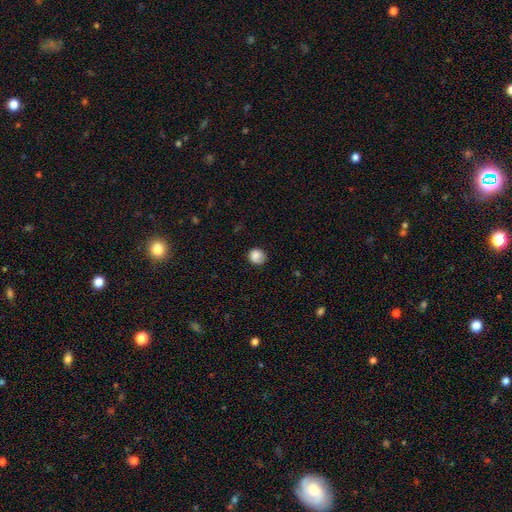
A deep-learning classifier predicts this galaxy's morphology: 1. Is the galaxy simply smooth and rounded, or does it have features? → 85% smooth, 9% star or artifact, 6% featured or disk.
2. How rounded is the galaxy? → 82% round, 17% in between, 1% cigar-shaped.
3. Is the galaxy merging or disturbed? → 75% none, 19% minor disturbance, 5% major disturbance, 1% merger.